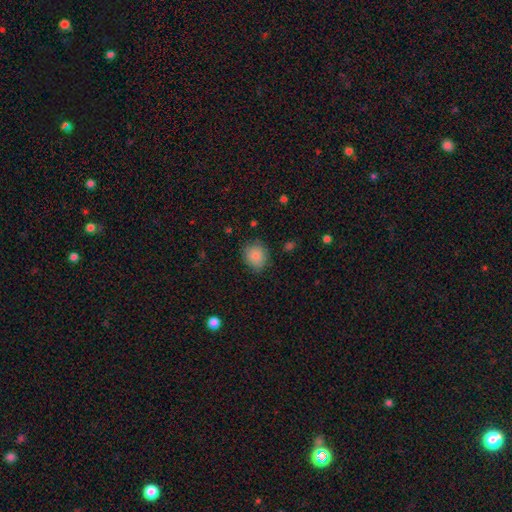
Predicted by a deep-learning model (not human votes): Overall: smooth (86%). How rounded: round (70%). Merging: none (79%).